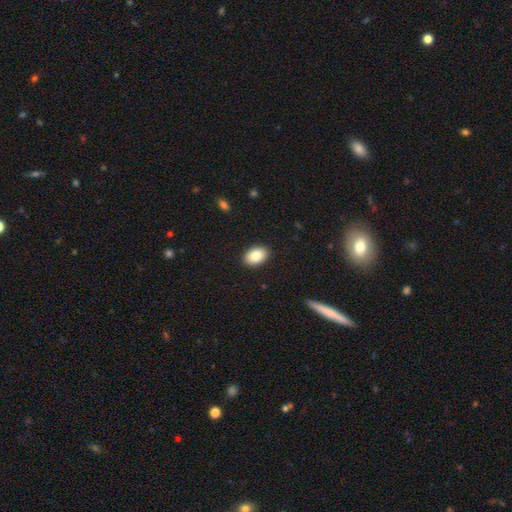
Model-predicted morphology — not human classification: smooth 85%, featured or disk 8%, star or artifact 7%. Down the decision tree: how rounded — in between (85%); merging — none (90%).